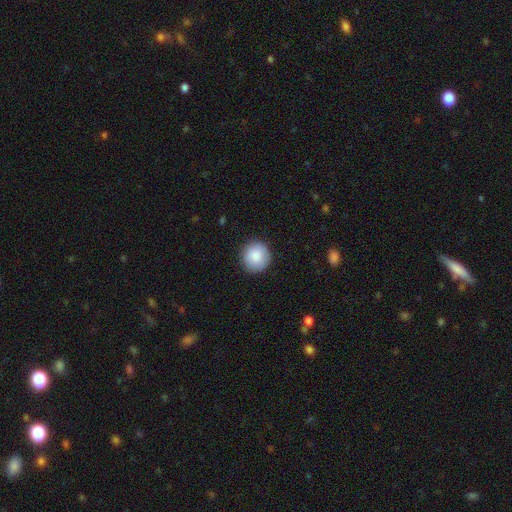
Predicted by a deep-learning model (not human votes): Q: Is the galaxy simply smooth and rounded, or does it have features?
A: smooth — 86%.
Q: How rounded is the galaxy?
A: round — 93%.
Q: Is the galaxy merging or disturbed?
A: none — 89%.